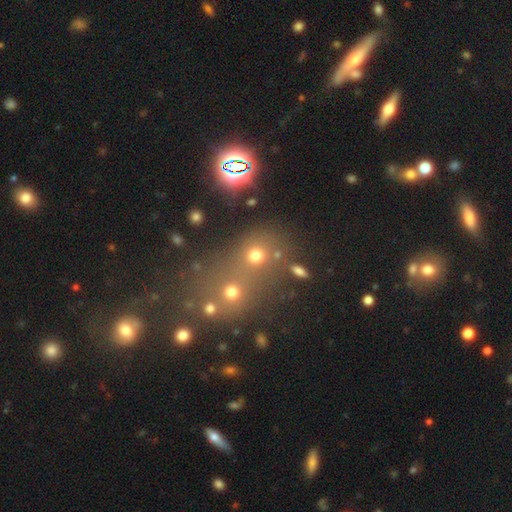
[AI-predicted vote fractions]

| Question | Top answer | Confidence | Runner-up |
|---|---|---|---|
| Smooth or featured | smooth | 62% | star or artifact (26%) |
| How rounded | round | 75% | in between (24%) |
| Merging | none | 50% | merger (36%) |